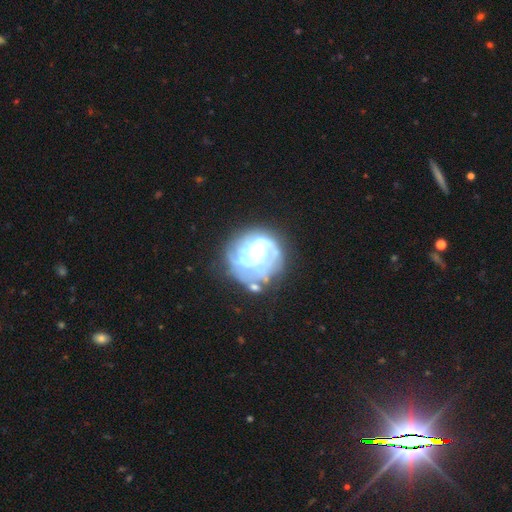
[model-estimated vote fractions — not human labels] This appears to be a featured or disk galaxy (74%) with no bar (71%), tight (63%) spiral arms (82%) and a large central bulge (44%). Merging: none (56%).